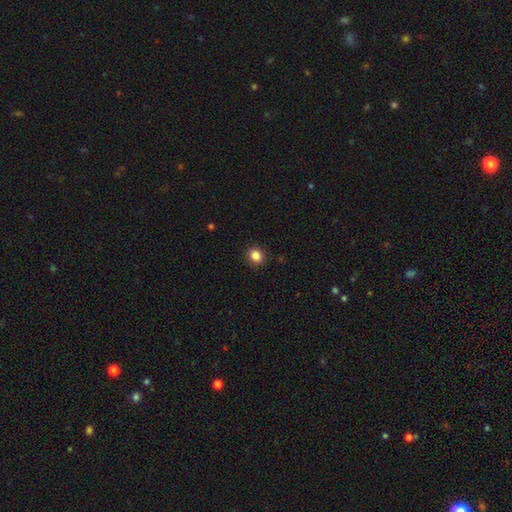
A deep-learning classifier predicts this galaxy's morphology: Smooth or featured: smooth — 85% (star or artifact — 11%)
How rounded: round — 73% (in between — 26%)
Merging: none — 91% (minor disturbance — 6%)